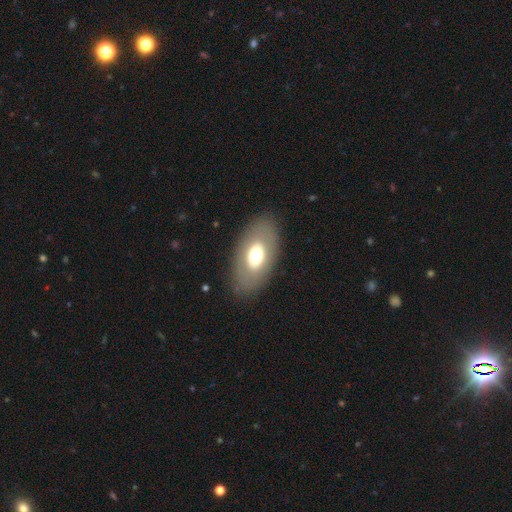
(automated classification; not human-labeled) Smooth or featured: smooth — 57% (featured or disk — 36%)
How rounded: in between — 90% (round — 8%)
Merging: none — 84% (minor disturbance — 10%)